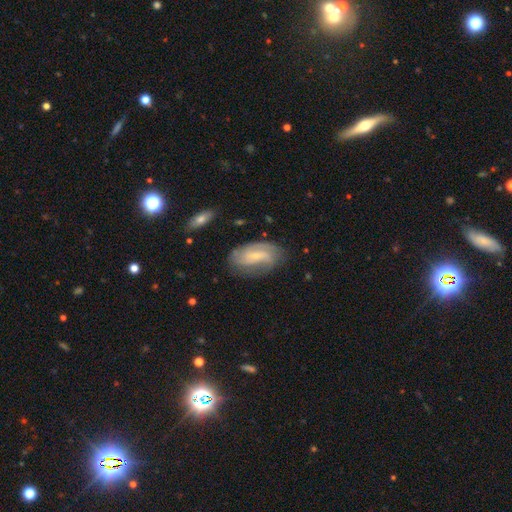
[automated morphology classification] featured or disk 73%, smooth 21%, star or artifact 7%. Down the decision tree: edge-on disk — no (95%); bar — weak (44%); spiral arms — yes (91%); spiral arm count — 2 (46%); spiral winding — medium (41%); bulge size — small (73%); merging — none (71%).